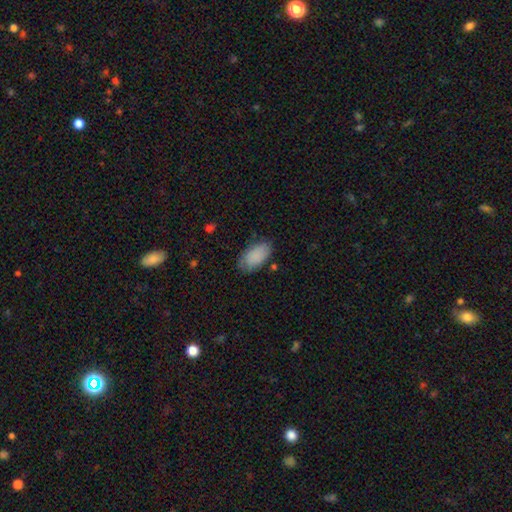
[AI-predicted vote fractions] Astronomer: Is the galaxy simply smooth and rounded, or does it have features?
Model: smooth — 86%.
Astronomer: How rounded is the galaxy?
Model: in between — 94%.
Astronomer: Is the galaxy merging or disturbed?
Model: none — 75%.